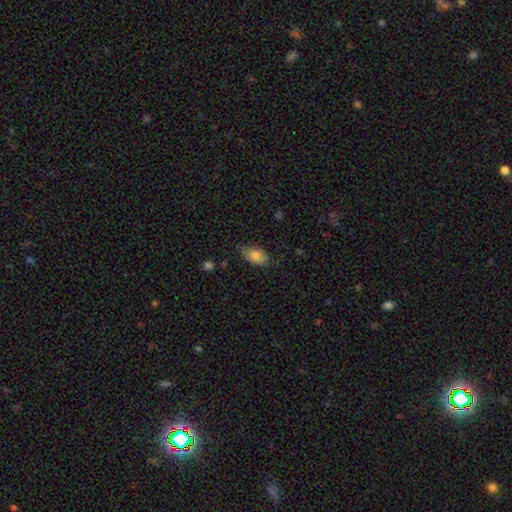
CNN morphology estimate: Smooth or featured?
  - smooth: 80% *
  - featured or disk: 12%
  - star or artifact: 7%
How rounded?
  - in between: 91% *
  - round: 8%
  - cigar-shaped: 2%
Merging?
  - none: 77% *
  - minor disturbance: 19%
  - major disturbance: 3%
  - merger: 1%